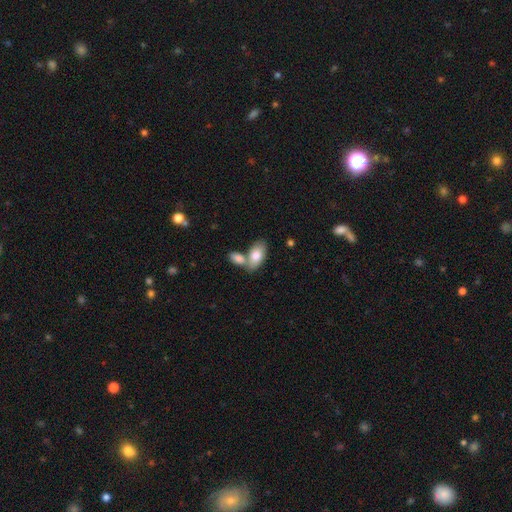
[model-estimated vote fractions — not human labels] smooth_or_featured: smooth (p=0.79) [alt: featured or disk p=0.15]
how_rounded: in between (p=0.93) [alt: round p=0.04]
merging: none (p=0.44) [alt: merger p=0.43]